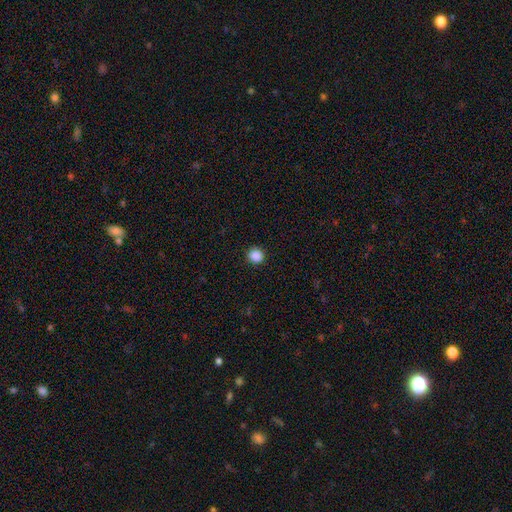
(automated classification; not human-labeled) Smooth or featured? Predicted: smooth (p=0.88). How rounded? Predicted: round (p=0.93). Merging? Predicted: none (p=0.93).